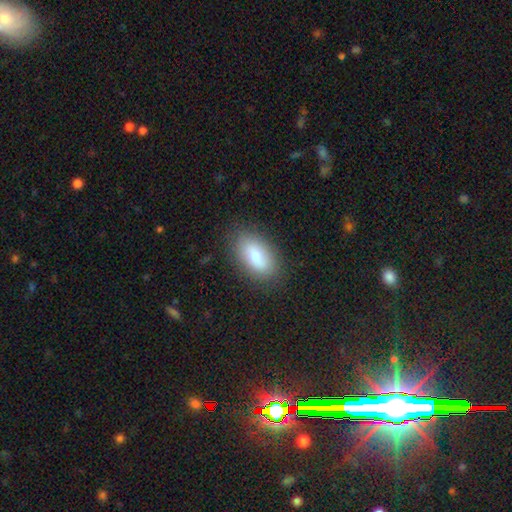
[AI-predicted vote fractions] Q: Smooth or featured?
A: smooth (73%); runner-up: featured or disk (19%)
Q: How rounded?
A: in between (91%); runner-up: round (6%)
Q: Merging?
A: none (84%); runner-up: minor disturbance (11%)